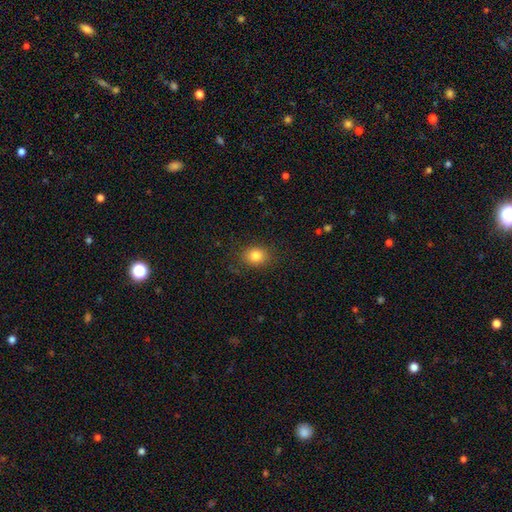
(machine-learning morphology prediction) Smooth or featured: smooth — 83% (star or artifact — 11%)
How rounded: round — 56% (in between — 43%)
Merging: none — 84% (minor disturbance — 11%)